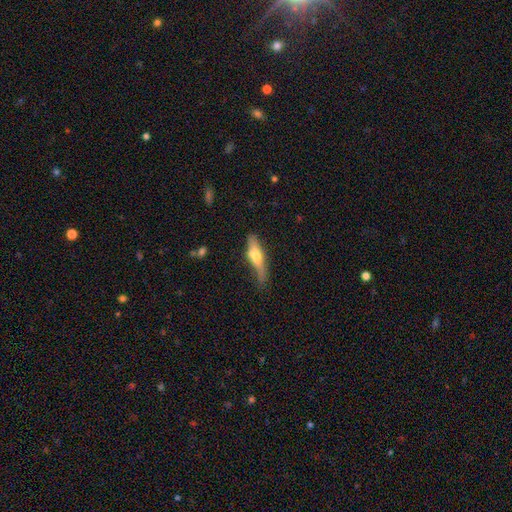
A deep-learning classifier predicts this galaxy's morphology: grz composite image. It shows a smooth galaxy with no disk features (52%) that is cigar-shaped (69%). Merging: none (56%).